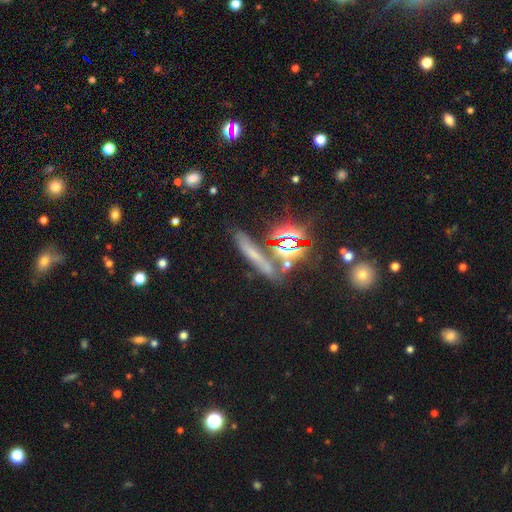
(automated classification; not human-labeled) This is marginally a star or artifact rather than a galaxy (40%).